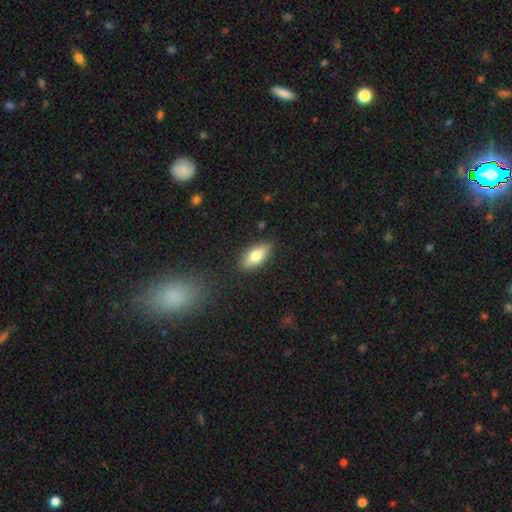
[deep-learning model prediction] A smooth galaxy with no disk features (73%) that is in between round and cigar-shaped (82%). Merging: none (85%).